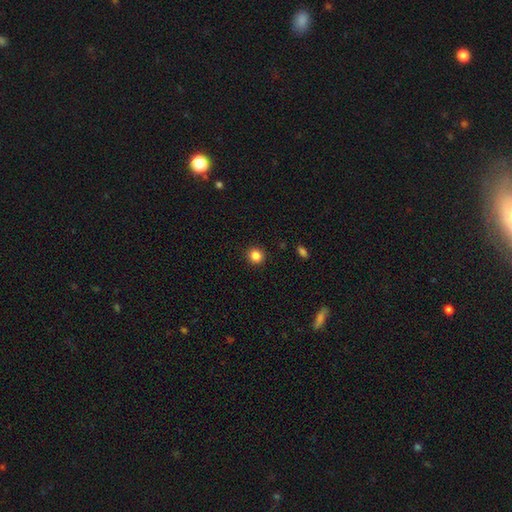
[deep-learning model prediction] Smooth or featured? smooth (85%)
How rounded? round (90%)
Merging? none (92%)